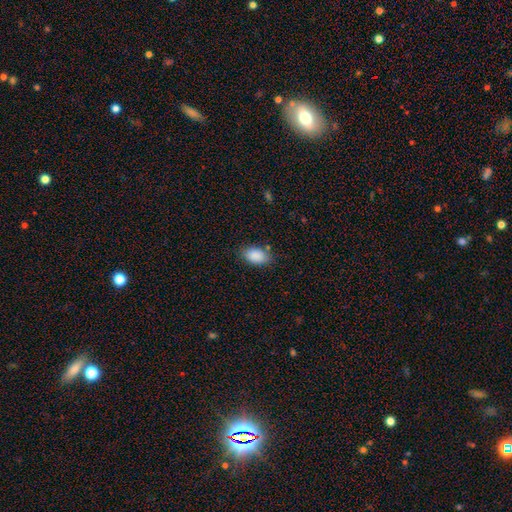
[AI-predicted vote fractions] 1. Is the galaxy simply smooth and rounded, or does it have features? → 89% smooth, 7% star or artifact, 4% featured or disk.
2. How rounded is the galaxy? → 91% in between, 8% round, 2% cigar-shaped.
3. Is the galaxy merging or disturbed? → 80% none, 15% minor disturbance, 3% major disturbance, 2% merger.